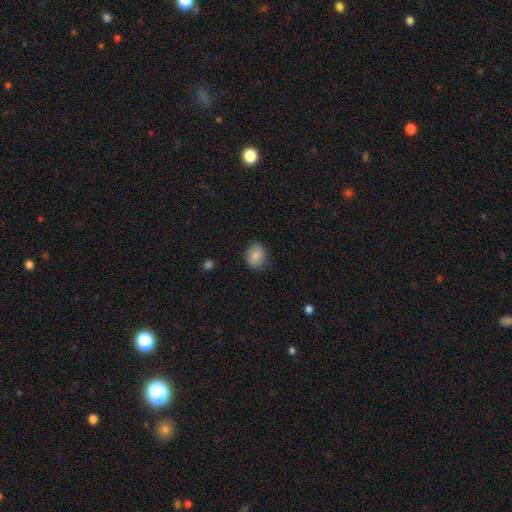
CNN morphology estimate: Q: Smooth or featured?
A: smooth (82%); runner-up: featured or disk (10%)
Q: How rounded?
A: round (53%); runner-up: in between (46%)
Q: Merging?
A: none (82%); runner-up: minor disturbance (14%)